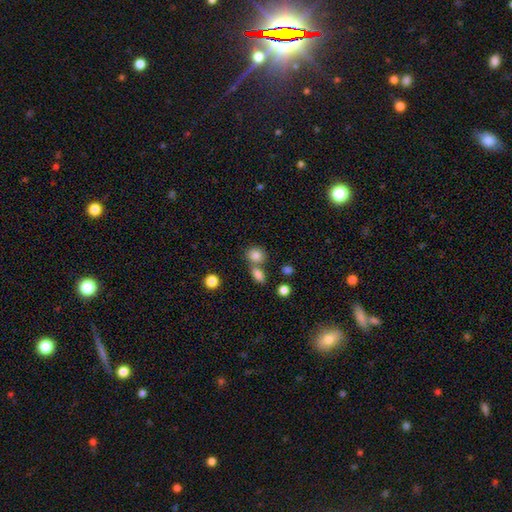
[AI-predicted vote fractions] Morphology: type=smooth (82%); roundness=round (66%); merging=none (56%).